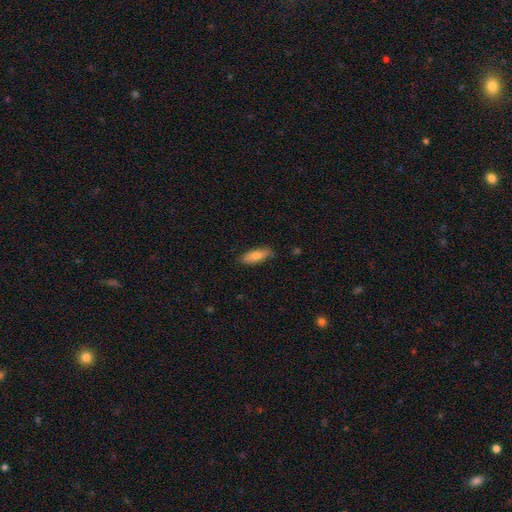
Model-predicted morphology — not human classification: This is clearly a smooth galaxy (81%). How rounded: likely in between (63%). Merging: clearly none (82%).